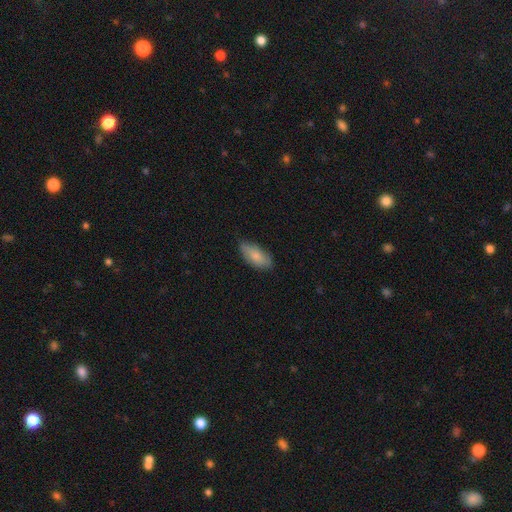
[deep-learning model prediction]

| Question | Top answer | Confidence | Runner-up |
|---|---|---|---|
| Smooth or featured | smooth | 80% | featured or disk (14%) |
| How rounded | in between | 85% | cigar-shaped (12%) |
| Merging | none | 73% | minor disturbance (22%) |